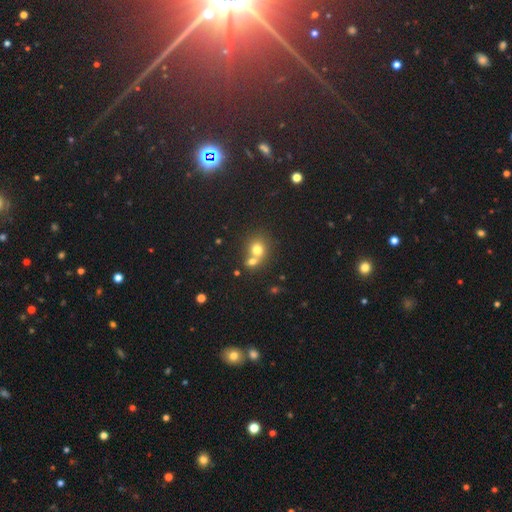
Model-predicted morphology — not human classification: Smooth or featured? smooth (72%)
How rounded? round (72%)
Merging? merger (54%)